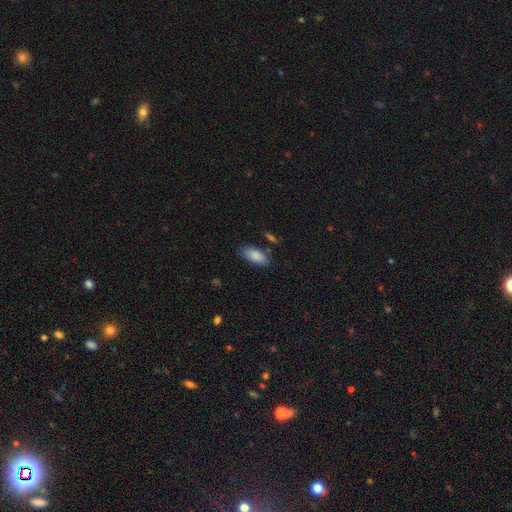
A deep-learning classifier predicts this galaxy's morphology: This appears to be a smooth galaxy with no disk features (87%) that is in between round and cigar-shaped (89%). Merging: none (78%).